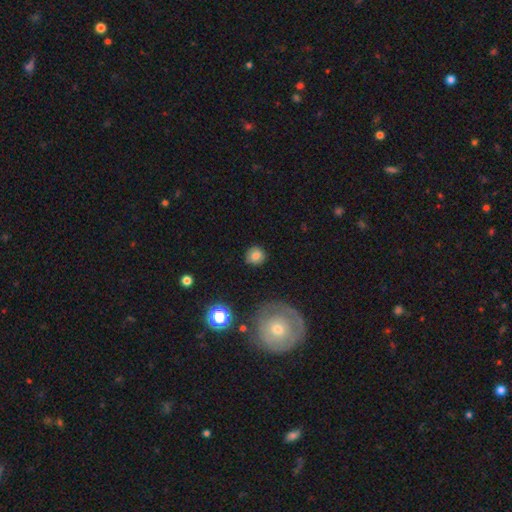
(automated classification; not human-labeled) Morphology: type=smooth (78%); roundness=round (87%); merging=none (85%).